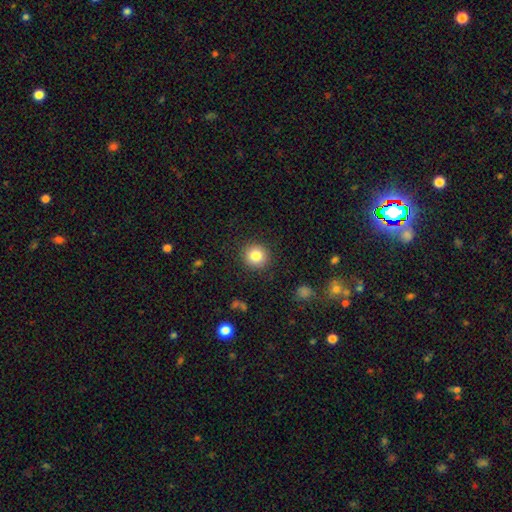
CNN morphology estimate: This appears to be a smooth galaxy with no disk features (83%) that is round (94%). Merging: none (91%).